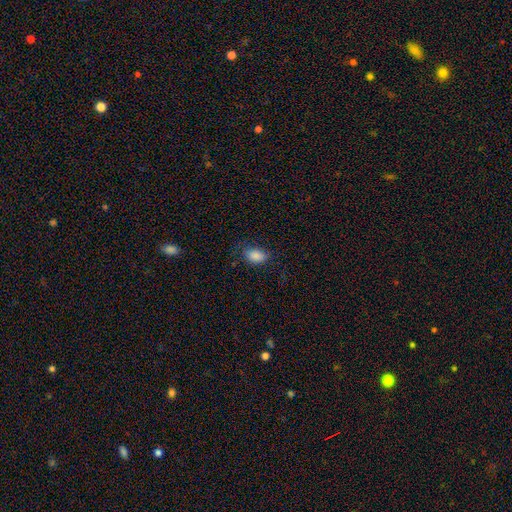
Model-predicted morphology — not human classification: Smooth or featured?
  - smooth: 86% *
  - star or artifact: 9%
  - featured or disk: 5%
How rounded?
  - in between: 87% *
  - round: 12%
  - cigar-shaped: 1%
Merging?
  - none: 73% *
  - minor disturbance: 20%
  - major disturbance: 6%
  - merger: 1%